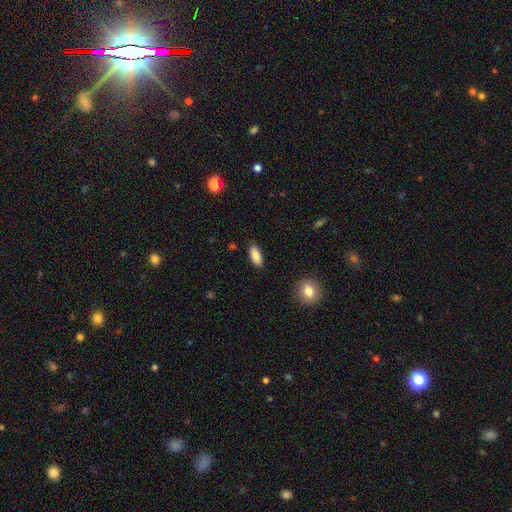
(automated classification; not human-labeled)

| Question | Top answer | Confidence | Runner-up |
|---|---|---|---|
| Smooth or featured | smooth | 88% | star or artifact (7%) |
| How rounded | in between | 84% | cigar-shaped (14%) |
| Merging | none | 87% | minor disturbance (9%) |